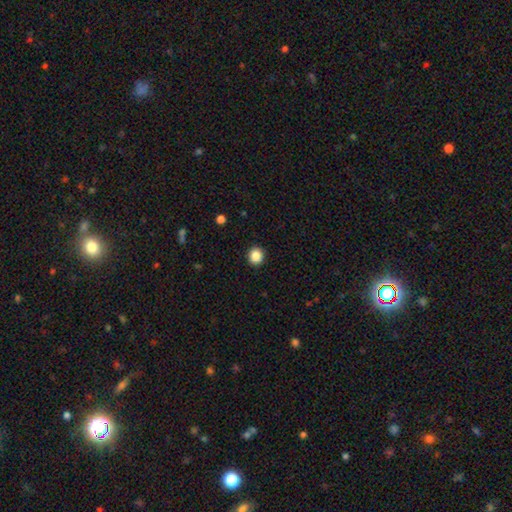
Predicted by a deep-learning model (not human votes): This appears to be a smooth galaxy with no disk features (87%) that is round (88%). Merging: none (92%).